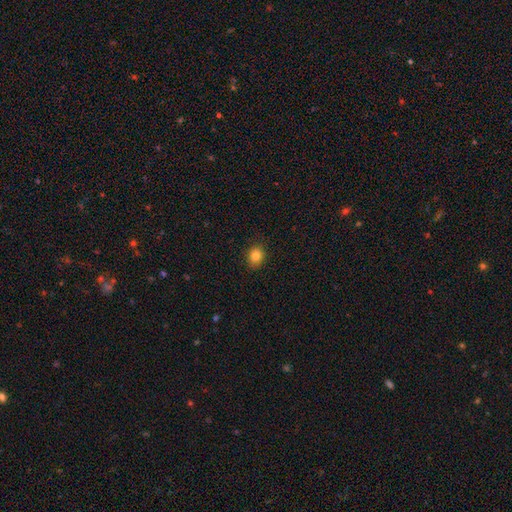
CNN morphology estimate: smooth-or-featured: smooth: 83% | star or artifact: 11% | featured or disk: 6%
  how-rounded: round: 67% | in between: 33% | cigar-shaped: 1%
  merging: none: 89% | minor disturbance: 8% | major disturbance: 2% | merger: 1%